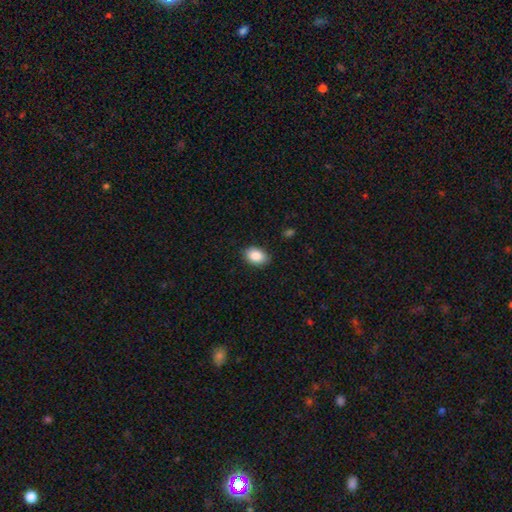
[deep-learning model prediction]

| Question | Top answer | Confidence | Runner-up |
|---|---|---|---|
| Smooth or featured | smooth | 89% | star or artifact (7%) |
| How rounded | in between | 83% | round (16%) |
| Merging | none | 85% | minor disturbance (11%) |